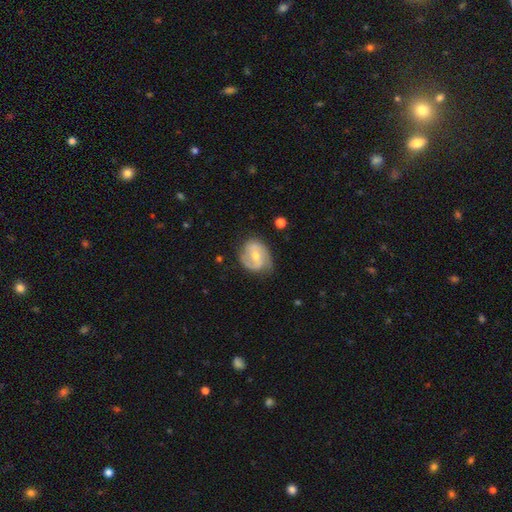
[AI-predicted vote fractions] Overall: featured or disk (71%). Edge-on disk: no (97%). Bar: weak (48%; no 33%). Spiral arms: yes (87%). Spiral arm count: 2 (77%). Spiral winding: medium (45%; tight 32%). Bulge size: moderate (55%; small 41%). Merging: none (64%; minor disturbance 26%).